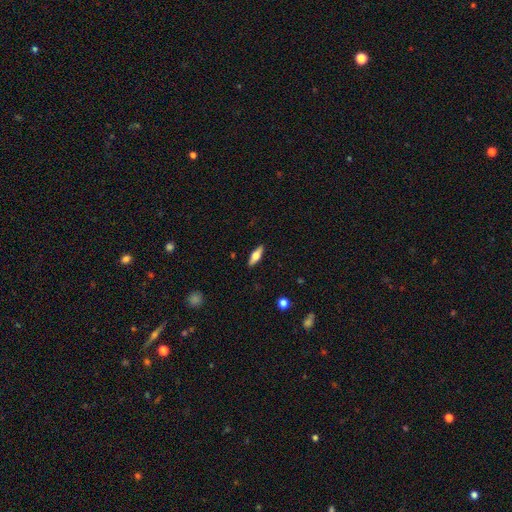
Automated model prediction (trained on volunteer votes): Smooth or featured? smooth (53%)
How rounded? in between (58%)
Merging? none (89%)